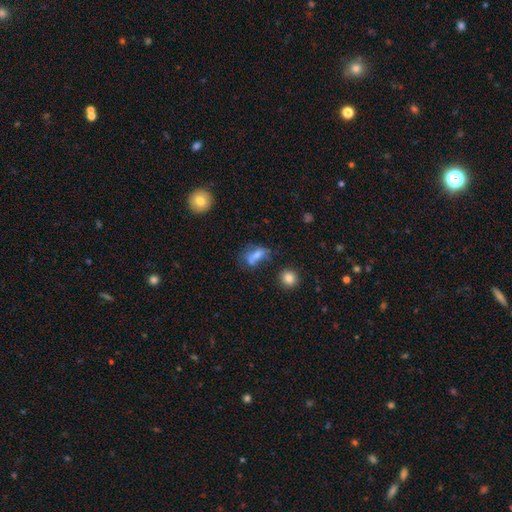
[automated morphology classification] Smooth or featured? Predicted: smooth (p=0.63). How rounded? Predicted: in between (p=0.72). Merging? Predicted: none (p=0.41).